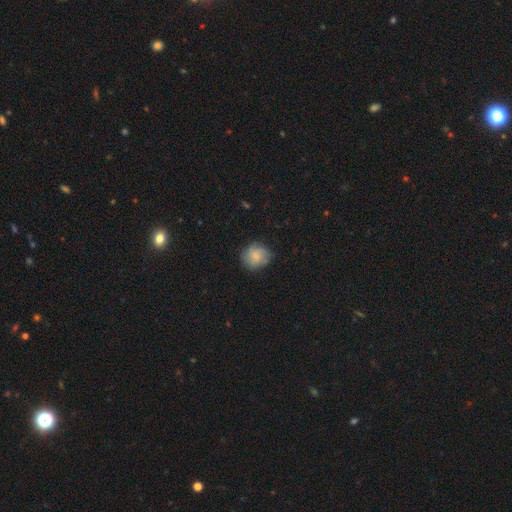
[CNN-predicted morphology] This appears to be a smooth galaxy with no disk features (62%) that is round (77%). Merging: none (74%).